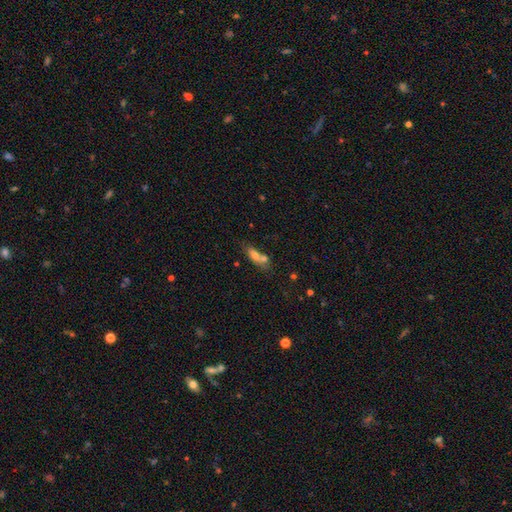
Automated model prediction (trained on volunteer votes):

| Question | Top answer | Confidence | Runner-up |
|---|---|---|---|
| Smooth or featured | smooth | 61% | featured or disk (26%) |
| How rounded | in between | 57% | cigar-shaped (33%) |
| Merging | merger | 41% | none (38%) |